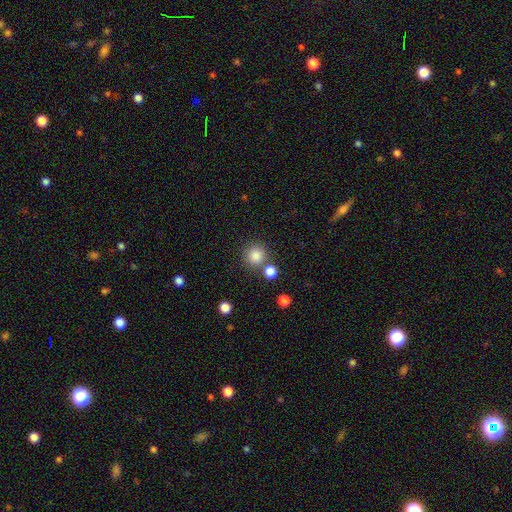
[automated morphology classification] Overall: smooth (84%). How rounded: round (93%). Merging: none (78%).